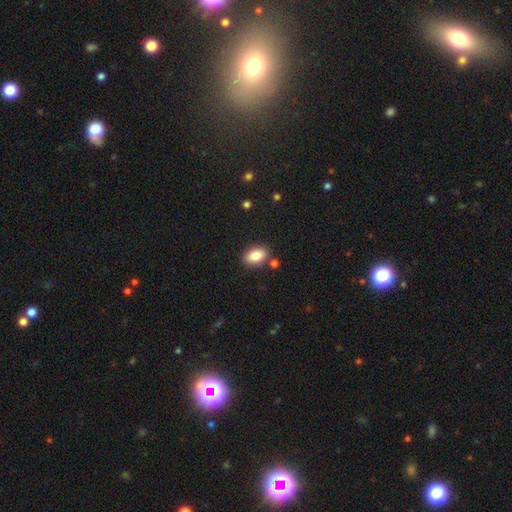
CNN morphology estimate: Smooth or featured? smooth (85%)
How rounded? in between (87%)
Merging? none (82%)